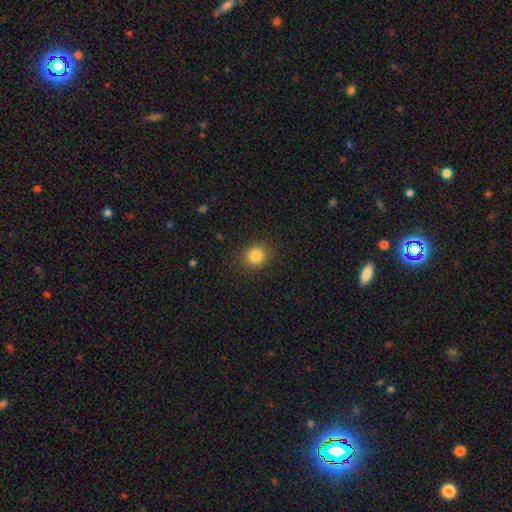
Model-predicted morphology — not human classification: The model was most divided on "how rounded": round: 73%, in between: 26%, cigar-shaped: 1%. More confident: merging — none (88%); smooth or featured — smooth (83%).